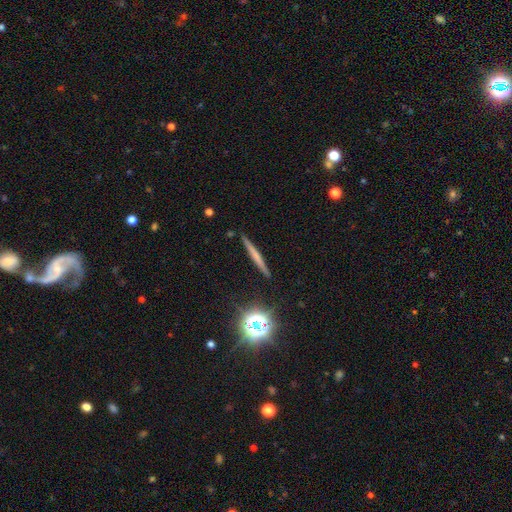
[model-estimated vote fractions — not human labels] A smooth galaxy with no disk features (45%). Merging: none (90%).